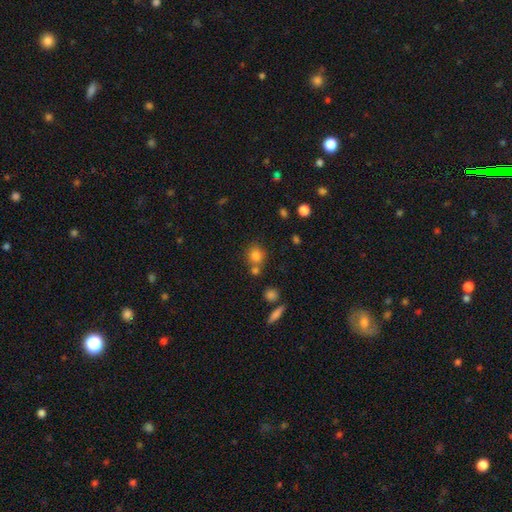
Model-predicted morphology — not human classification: Smooth or featured?
  - smooth: 79% *
  - star or artifact: 12%
  - featured or disk: 8%
How rounded?
  - round: 78% *
  - in between: 21%
  - cigar-shaped: 1%
Merging?
  - none: 59% *
  - merger: 25%
  - minor disturbance: 11%
  - major disturbance: 4%